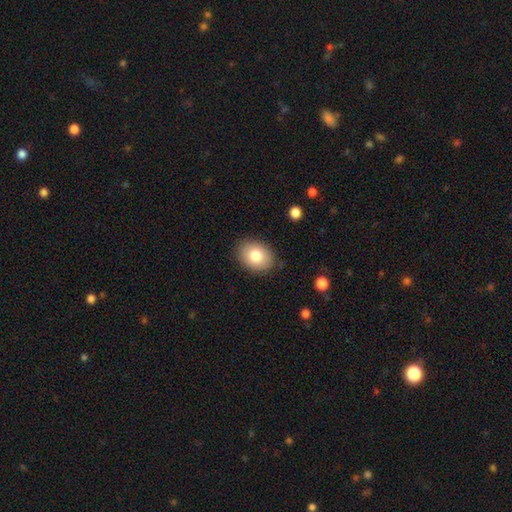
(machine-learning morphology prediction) Smooth or featured?
  - smooth: 81% *
  - featured or disk: 11%
  - star or artifact: 8%
How rounded?
  - in between: 60% *
  - round: 40%
  - cigar-shaped: 1%
Merging?
  - none: 86% *
  - minor disturbance: 11%
  - major disturbance: 3%
  - merger: 1%